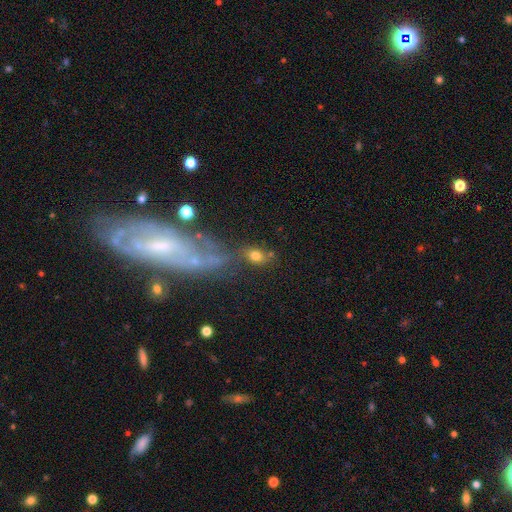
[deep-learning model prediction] A smooth galaxy with no disk features (70%) that is in between round and cigar-shaped (67%). Merging: none (53%).